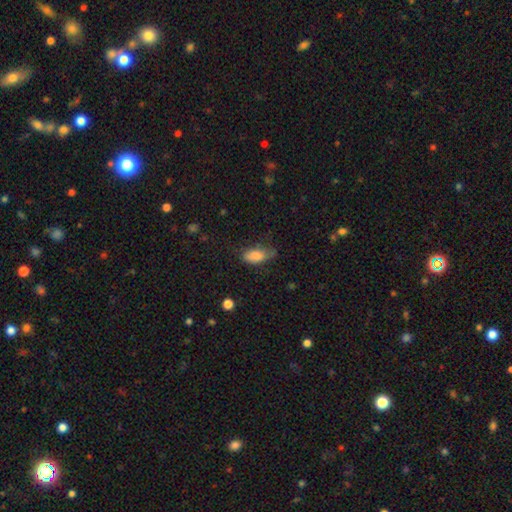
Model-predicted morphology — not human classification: Smooth or featured?
  - smooth: 82% *
  - featured or disk: 10%
  - star or artifact: 8%
How rounded?
  - in between: 88% *
  - cigar-shaped: 8%
  - round: 4%
Merging?
  - none: 54% *
  - minor disturbance: 32%
  - major disturbance: 11%
  - merger: 2%